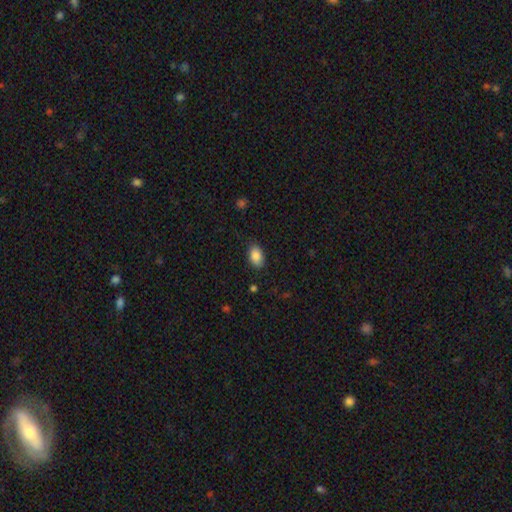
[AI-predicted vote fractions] Smooth or featured? smooth (87%)
How rounded? in between (91%)
Merging? none (83%)